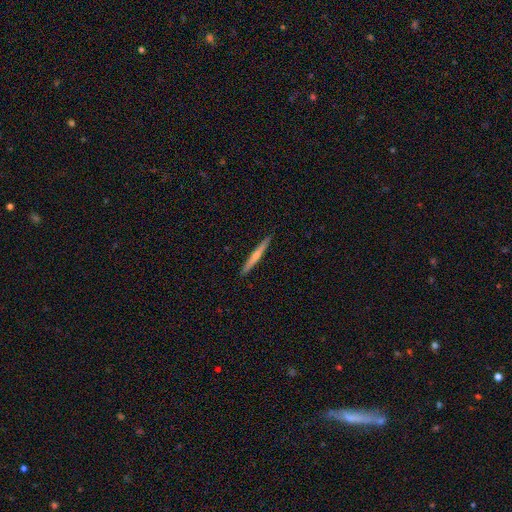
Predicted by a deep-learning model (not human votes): A featured or disk galaxy (48%). Merging: none (92%).